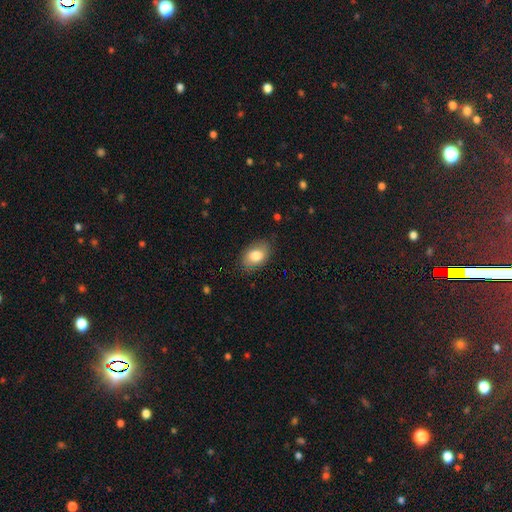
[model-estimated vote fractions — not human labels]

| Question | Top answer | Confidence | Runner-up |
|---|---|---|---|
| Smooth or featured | smooth | 80% | featured or disk (13%) |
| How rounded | in between | 85% | round (13%) |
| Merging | none | 81% | minor disturbance (15%) |